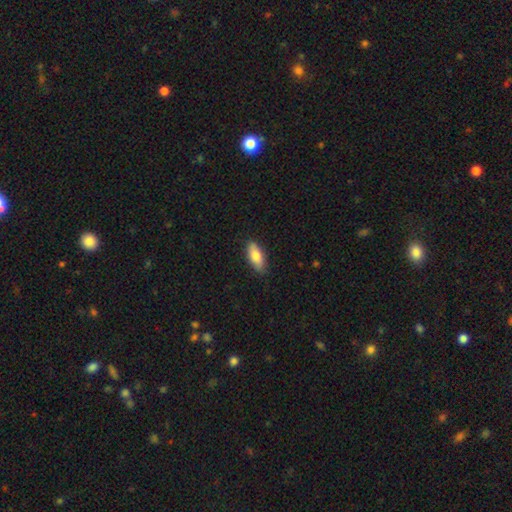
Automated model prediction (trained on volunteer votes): This appears to be a smooth galaxy with no disk features (79%) that is in between round and cigar-shaped (79%). Merging: none (86%).